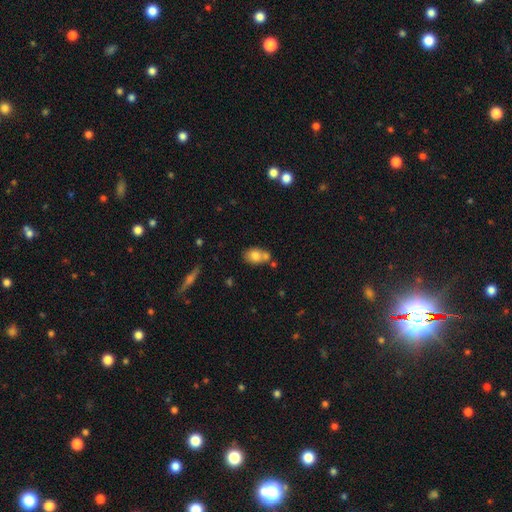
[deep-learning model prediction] This is likely a smooth galaxy (75%). How rounded: likely in between (72%). Merging: possibly none (46%).